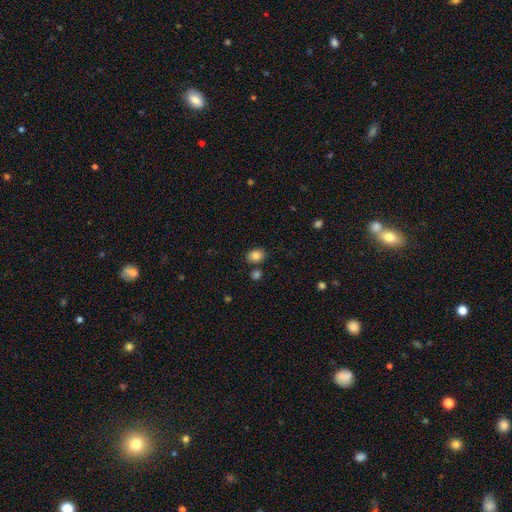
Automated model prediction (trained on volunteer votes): Smooth or featured?
  - smooth: 83% *
  - star or artifact: 9%
  - featured or disk: 8%
How rounded?
  - in between: 59% *
  - round: 40%
  - cigar-shaped: 1%
Merging?
  - none: 79% *
  - minor disturbance: 11%
  - merger: 8%
  - major disturbance: 3%